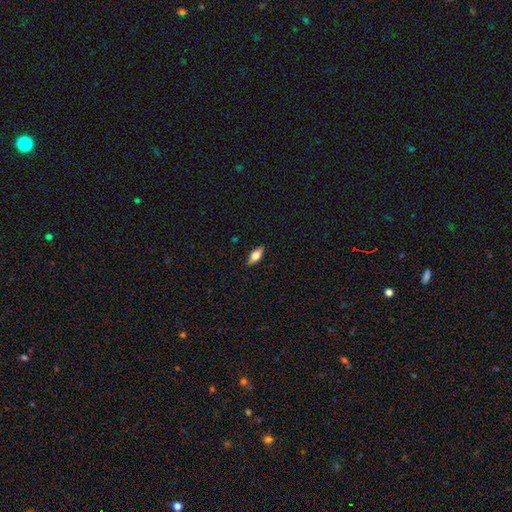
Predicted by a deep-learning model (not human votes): A smooth galaxy with no disk features (62%) that is in between round and cigar-shaped (76%).

Vote fractions:
- Smooth or featured? smooth: 62% / featured or disk: 31% / star or artifact: 7%
- How rounded? in between: 76% / cigar-shaped: 21% / round: 3%
- Merging? none: 88% / minor disturbance: 9% / major disturbance: 2% / merger: 1%